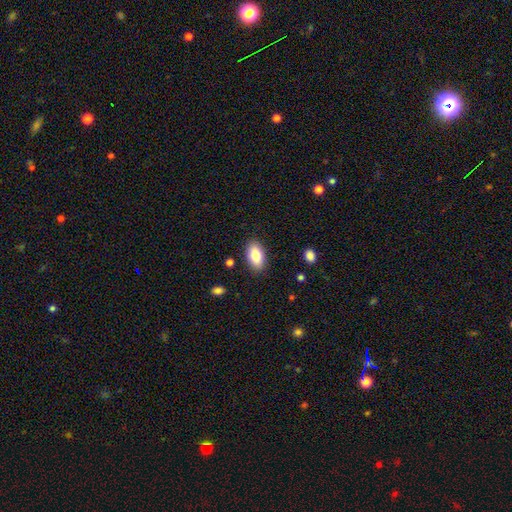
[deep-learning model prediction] Morphology: type=smooth (83%); roundness=in between (93%); merging=none (87%).